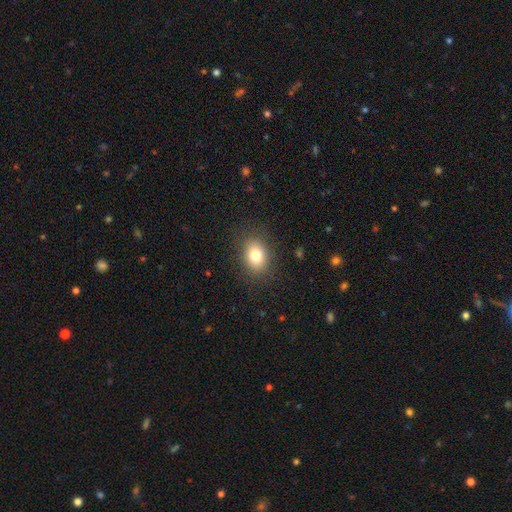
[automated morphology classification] Q: Smooth or featured?
A: smooth (80%); runner-up: star or artifact (11%)
Q: How rounded?
A: in between (62%); runner-up: round (37%)
Q: Merging?
A: none (86%); runner-up: minor disturbance (9%)